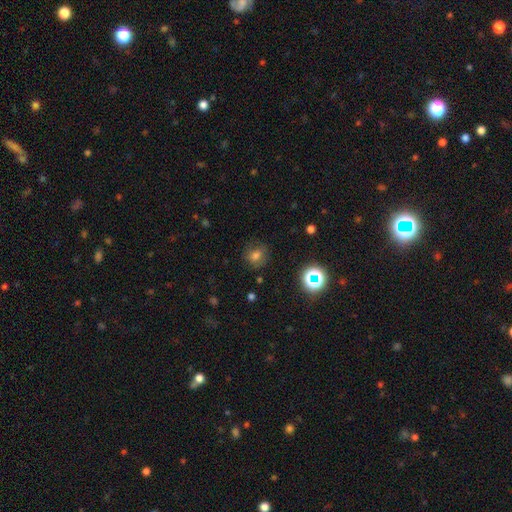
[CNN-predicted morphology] This appears to be a smooth galaxy with no disk features (67%) that is round (71%). Merging: none (76%).